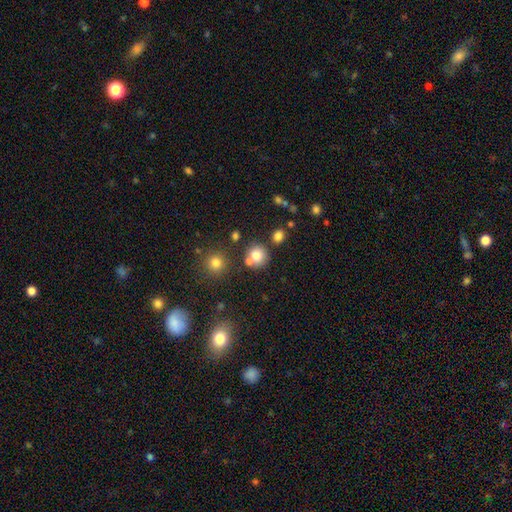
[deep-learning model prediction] Overall: smooth (76%). How rounded: round (90%). Merging: none (71%).